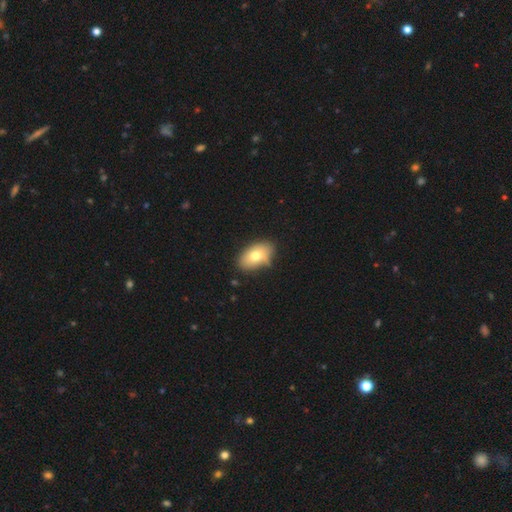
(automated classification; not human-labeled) A smooth galaxy with no disk features (73%) that is in between round and cigar-shaped (90%). Merging: none (75%).